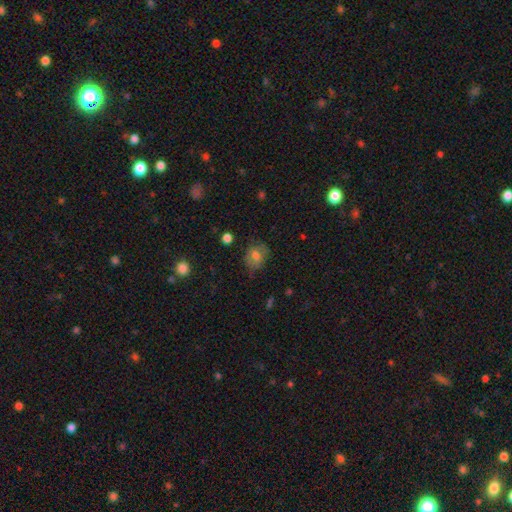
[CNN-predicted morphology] smooth-or-featured: smooth: 63% | featured or disk: 26% | star or artifact: 11%
  how-rounded: in between: 52% | round: 47% | cigar-shaped: 1%
  merging: none: 64% | minor disturbance: 23% | major disturbance: 12% | merger: 2%